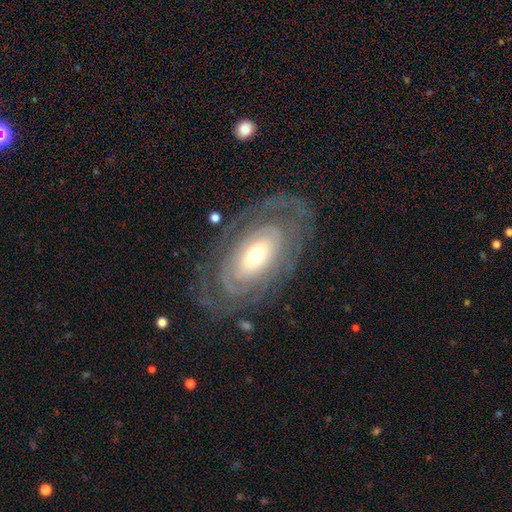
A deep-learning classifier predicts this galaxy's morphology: Smooth or featured? featured or disk (78%)
Edge-on disk? no (93%)
Bar? no (75%)
Spiral arms? yes (68%)
Bulge size? moderate (53%)
Merging? none (75%)